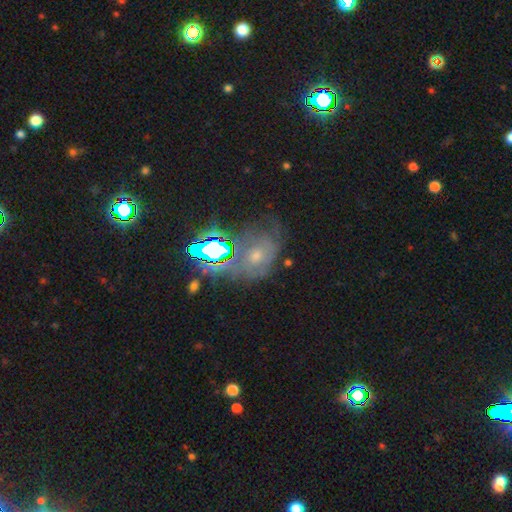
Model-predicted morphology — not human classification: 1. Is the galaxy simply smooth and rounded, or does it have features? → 39% featured or disk, 31% smooth, 30% star or artifact.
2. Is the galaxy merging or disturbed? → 40% none, 25% major disturbance, 25% minor disturbance, 10% merger.